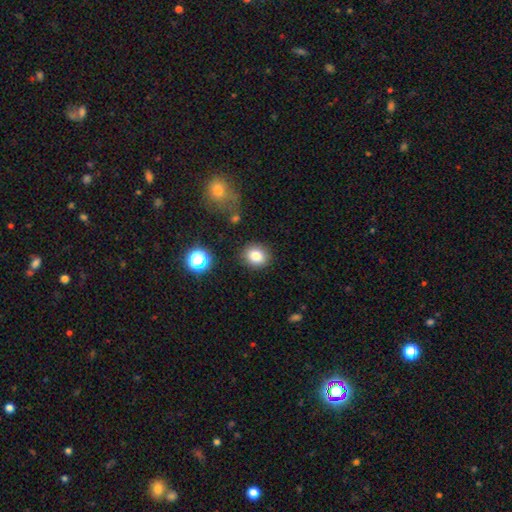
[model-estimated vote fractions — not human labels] smooth-or-featured: smooth: 81% | star or artifact: 12% | featured or disk: 7%
  how-rounded: round: 70% | in between: 29% | cigar-shaped: 1%
  merging: none: 86% | minor disturbance: 9% | major disturbance: 3% | merger: 2%